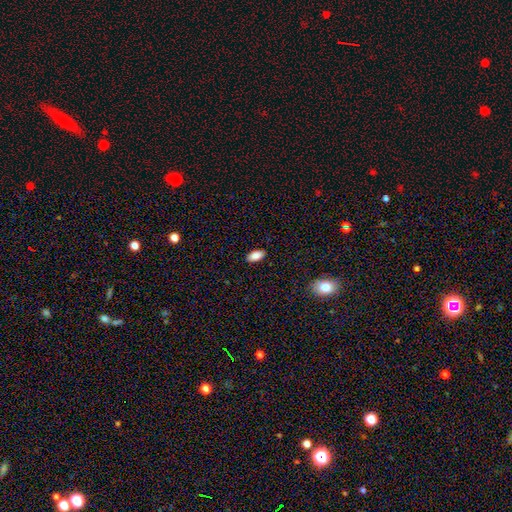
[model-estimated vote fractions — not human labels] Morphology: type=smooth (87%); roundness=in between (93%); merging=none (88%).